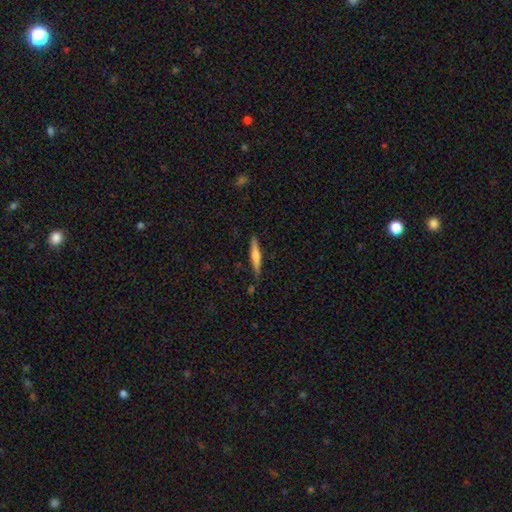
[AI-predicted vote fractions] smooth-or-featured: smooth: 53% | featured or disk: 42% | star or artifact: 6%
  how-rounded: cigar-shaped: 90% | in between: 8% | round: 1%
  merging: none: 84% | minor disturbance: 12% | merger: 2% | major disturbance: 2%